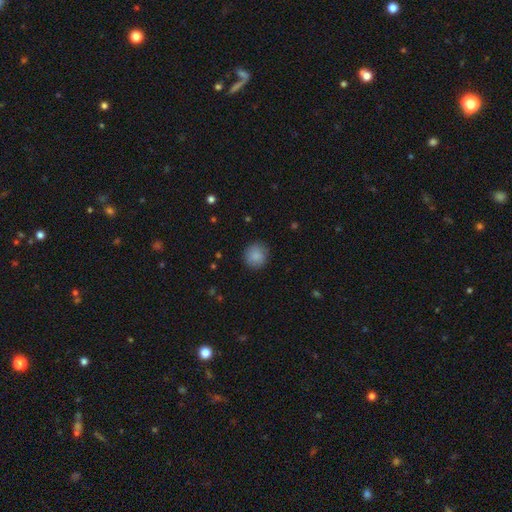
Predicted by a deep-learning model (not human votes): Morphology: type=smooth (87%); roundness=round (93%); merging=none (88%).